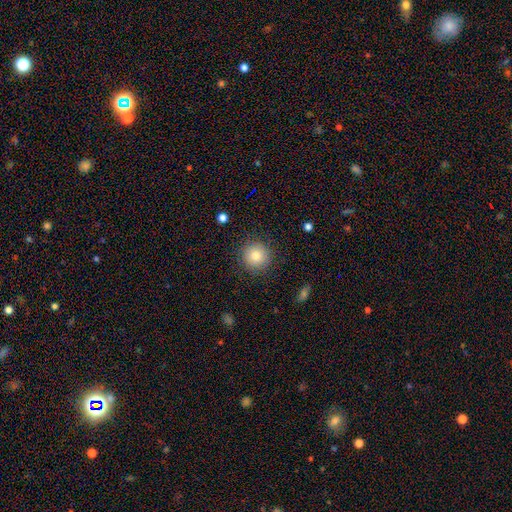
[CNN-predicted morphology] Overall: smooth (81%). How rounded: round (94%). Merging: none (88%).